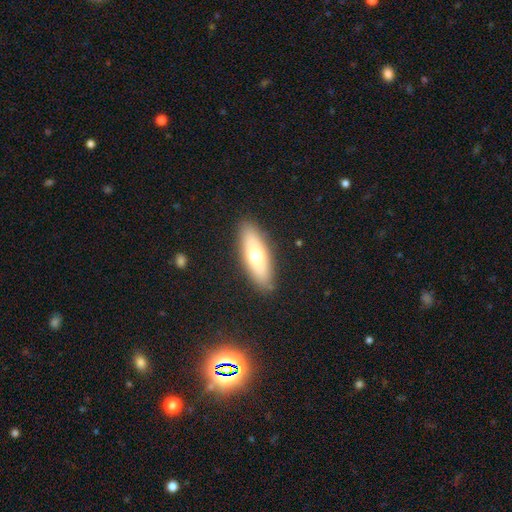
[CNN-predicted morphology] Overall: smooth (61%; featured or disk 32%). How rounded: in between (59%; cigar-shaped 38%). Merging: none (87%).